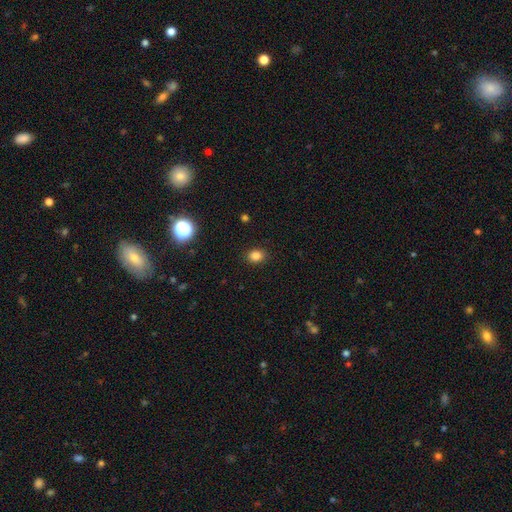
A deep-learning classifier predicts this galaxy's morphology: The model was most divided on "how rounded": round: 52%, in between: 47%, cigar-shaped: 1%. More confident: merging — none (89%); smooth or featured — smooth (83%).